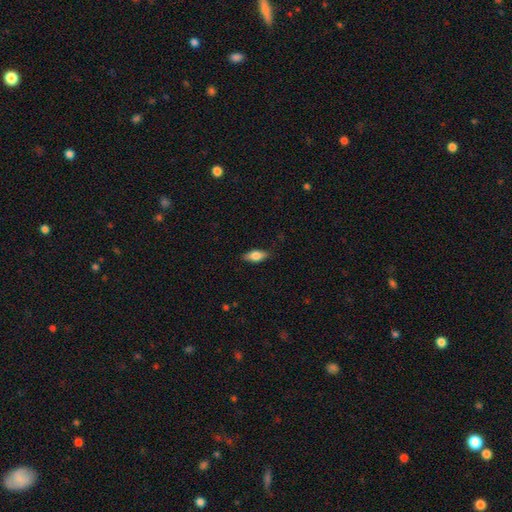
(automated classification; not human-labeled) smooth_or_featured: smooth (p=0.72) [alt: featured or disk p=0.21]
how_rounded: in between (p=0.81) [alt: cigar-shaped p=0.16]
merging: none (p=0.83) [alt: minor disturbance p=0.13]